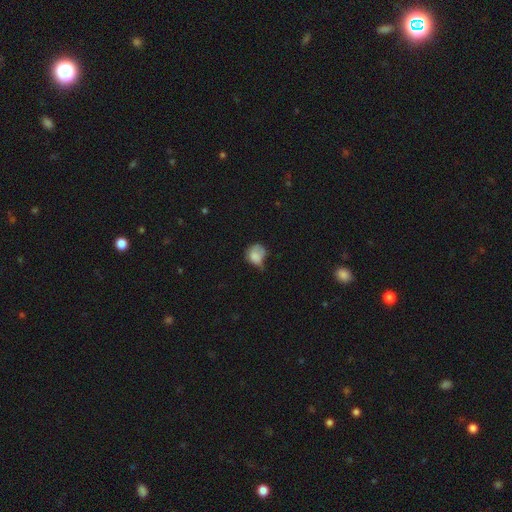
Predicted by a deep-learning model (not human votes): Smooth or featured: smooth — 77% (featured or disk — 13%)
How rounded: round — 61% (in between — 38%)
Merging: minor disturbance — 42% (major disturbance — 26%)